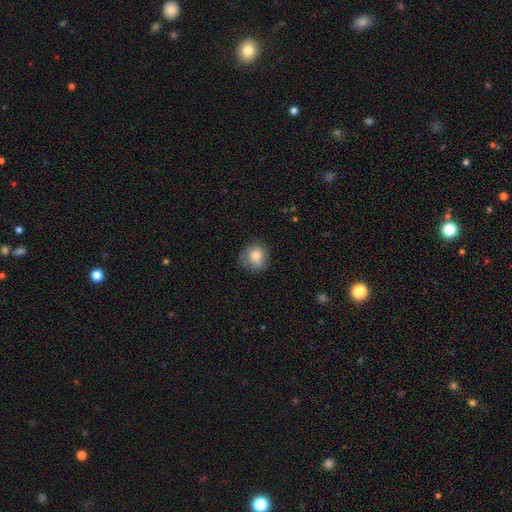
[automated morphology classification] Smooth or featured?
  - smooth: 81% *
  - featured or disk: 10%
  - star or artifact: 9%
How rounded?
  - round: 83% *
  - in between: 16%
  - cigar-shaped: 1%
Merging?
  - none: 71% *
  - minor disturbance: 22%
  - major disturbance: 6%
  - merger: 1%